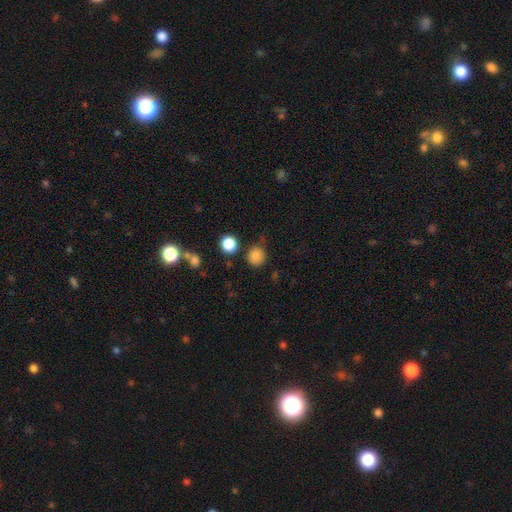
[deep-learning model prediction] Morphology: type=smooth (82%); roundness=round (89%); merging=none (75%).